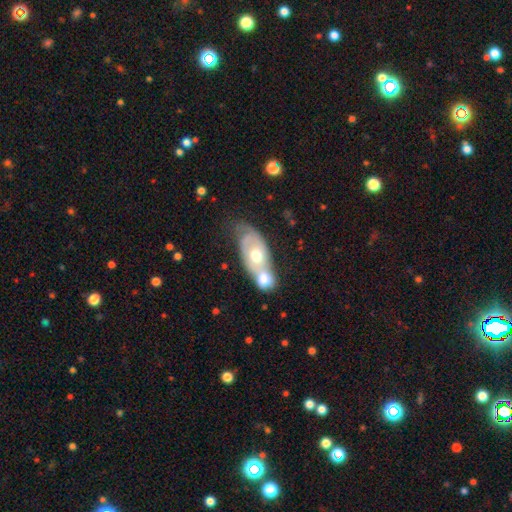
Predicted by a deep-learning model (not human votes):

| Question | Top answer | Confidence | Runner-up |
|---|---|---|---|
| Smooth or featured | featured or disk | 56% | smooth (37%) |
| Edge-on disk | no | 89% | yes (11%) |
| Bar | no | 87% | weak (11%) |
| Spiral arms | no | 61% | yes (39%) |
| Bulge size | moderate | 76% | small (11%) |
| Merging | merger | 58% | none (23%) |